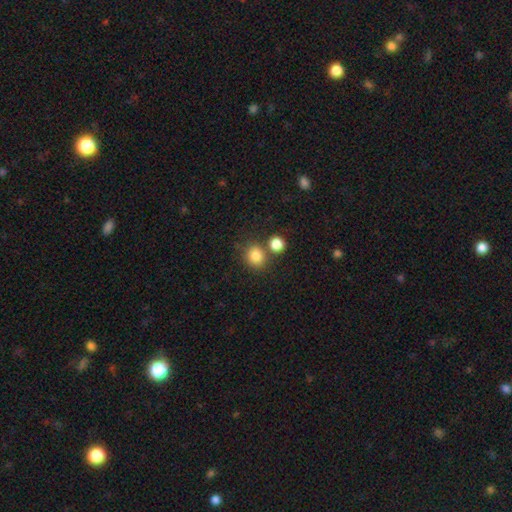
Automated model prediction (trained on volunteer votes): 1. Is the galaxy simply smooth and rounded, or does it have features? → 83% smooth, 11% star or artifact, 6% featured or disk.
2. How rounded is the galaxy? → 78% round, 21% in between, 1% cigar-shaped.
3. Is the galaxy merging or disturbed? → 67% none, 20% merger, 10% minor disturbance, 3% major disturbance.